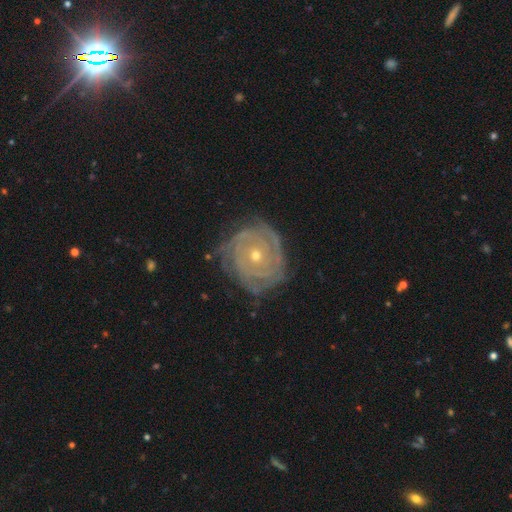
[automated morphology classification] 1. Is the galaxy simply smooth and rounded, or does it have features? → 87% featured or disk, 8% smooth, 6% star or artifact.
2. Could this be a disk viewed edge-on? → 97% no, 3% yes.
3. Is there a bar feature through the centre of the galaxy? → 82% no, 14% weak, 4% strong.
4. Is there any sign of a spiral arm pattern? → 95% yes, 5% no.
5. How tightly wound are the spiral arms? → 84% tight, 13% medium, 3% loose.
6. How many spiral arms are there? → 33% can't tell, 22% 3, 18% 2, 14% 4, 8% more than 4, 6% 1.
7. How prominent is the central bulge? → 58% small, 40% moderate, 1% large, 1% none, 1% dominant.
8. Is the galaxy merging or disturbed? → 72% none, 19% minor disturbance, 7% major disturbance, 1% merger.